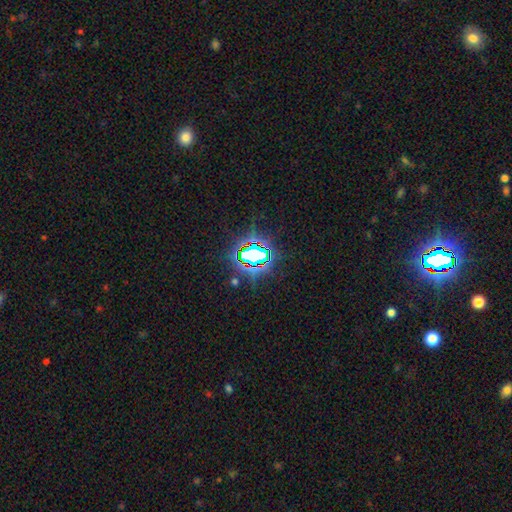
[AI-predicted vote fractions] Smooth or featured? Predicted: star or artifact (p=0.81).